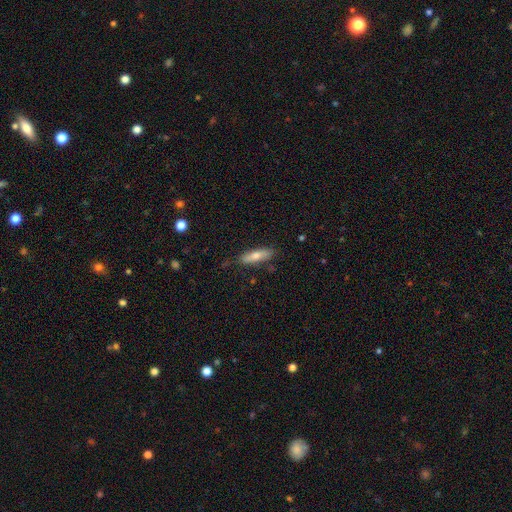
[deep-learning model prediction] A smooth galaxy with no disk features (64%) that is cigar-shaped (68%).

Vote fractions:
- Smooth or featured? smooth: 64% / featured or disk: 30% / star or artifact: 7%
- How rounded? cigar-shaped: 68% / in between: 30% / round: 2%
- Merging? none: 83% / minor disturbance: 13% / major disturbance: 2% / merger: 2%